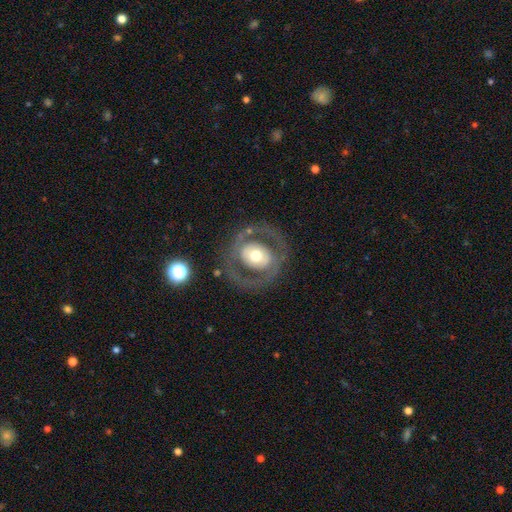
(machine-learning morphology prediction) Q: Smooth or featured?
A: featured or disk (63%); runner-up: smooth (31%)
Q: Edge-on disk?
A: no (95%); runner-up: yes (5%)
Q: Bar?
A: no (68%); runner-up: weak (19%)
Q: Spiral arms?
A: no (68%); runner-up: yes (32%)
Q: Bulge size?
A: moderate (61%); runner-up: large (26%)
Q: Merging?
A: none (76%); runner-up: major disturbance (11%)